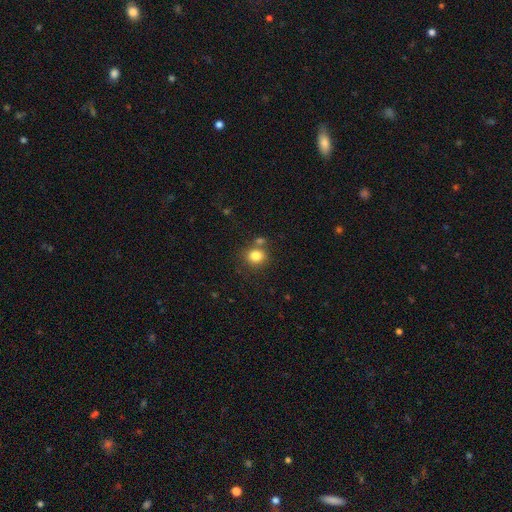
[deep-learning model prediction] Smooth or featured?
  - smooth: 82% *
  - star or artifact: 11%
  - featured or disk: 6%
How rounded?
  - round: 78% *
  - in between: 21%
  - cigar-shaped: 1%
Merging?
  - none: 69% *
  - merger: 17%
  - minor disturbance: 10%
  - major disturbance: 4%